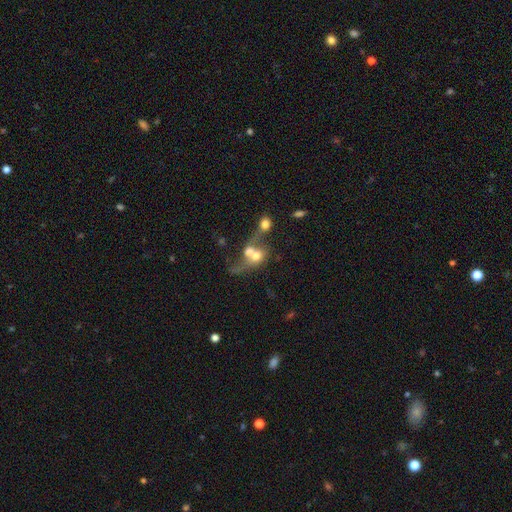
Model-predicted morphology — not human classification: A smooth galaxy with no disk features (52%) that is round (57%). Merging: merger (72%).